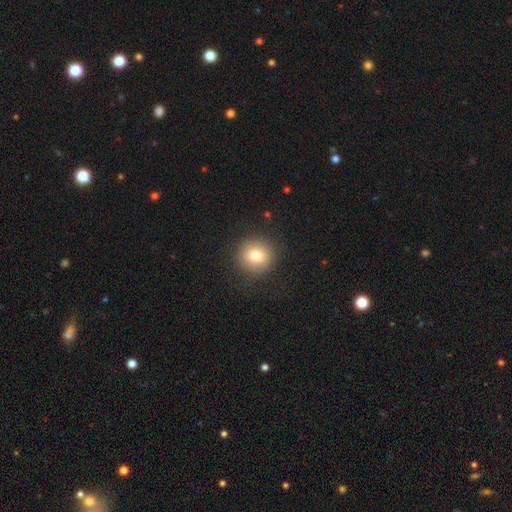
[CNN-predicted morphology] type=smooth (80%); roundness=round (92%); merging=none (90%).